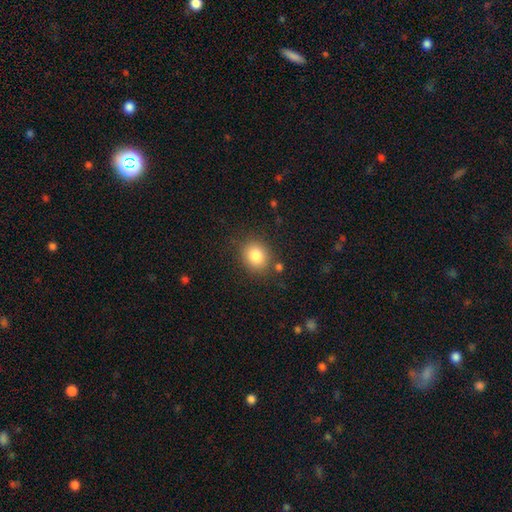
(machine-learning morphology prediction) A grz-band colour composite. It shows a smooth galaxy with no disk features (84%) that is round (70%). Merging: none (82%).